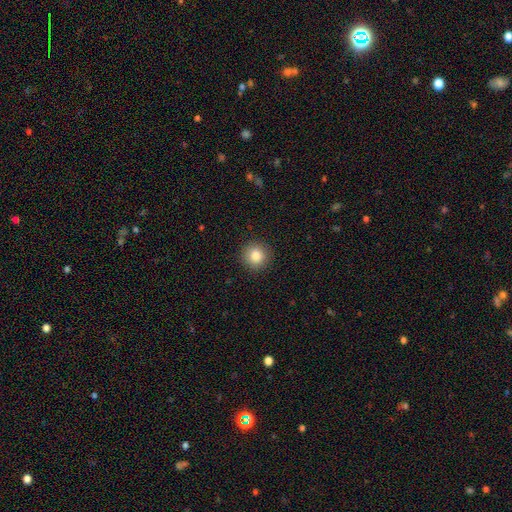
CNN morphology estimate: This appears to be a smooth galaxy with no disk features (83%) that is round (94%). Merging: none (91%).